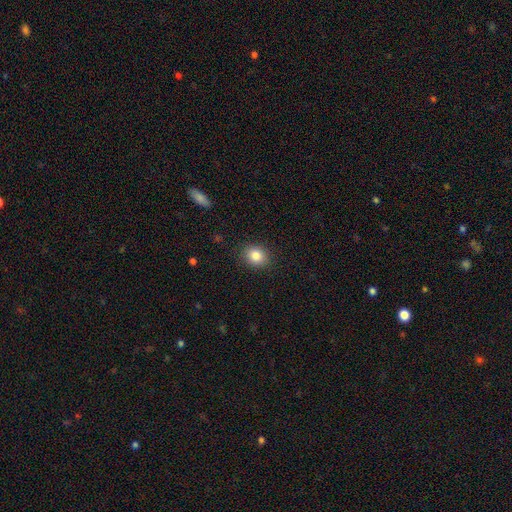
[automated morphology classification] type=smooth (85%); roundness=round (54%); merging=none (88%).